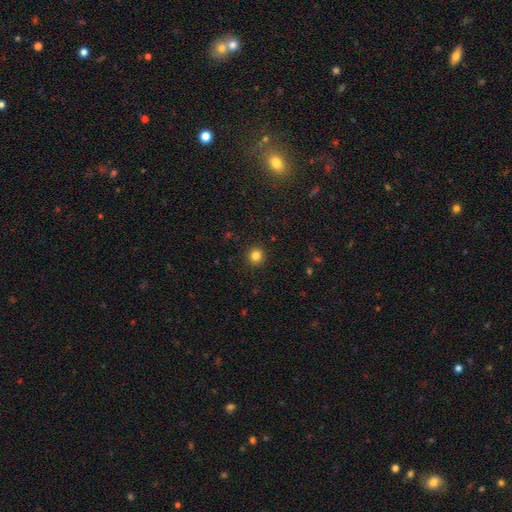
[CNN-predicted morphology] This appears to be a smooth galaxy with no disk features (83%) that is round (92%). Merging: none (92%).